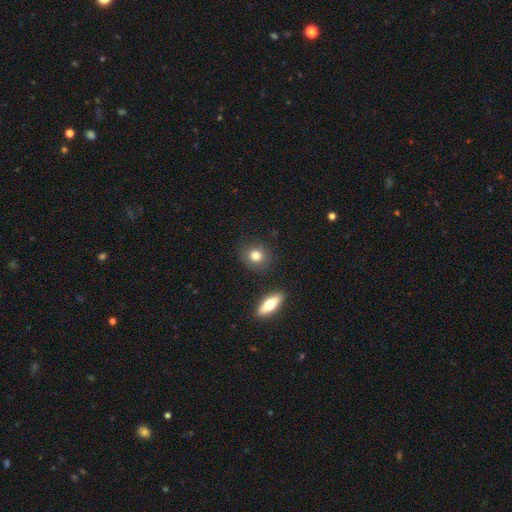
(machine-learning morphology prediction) smooth_or_featured: smooth (p=0.79) [alt: featured or disk p=0.12]
how_rounded: round (p=0.70) [alt: in between p=0.27]
merging: none (p=0.84) [alt: minor disturbance p=0.10]